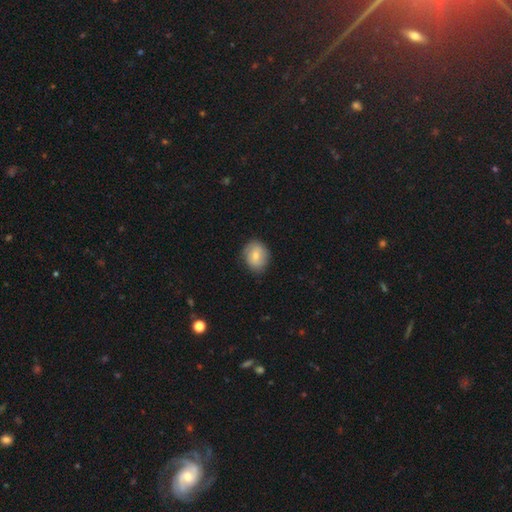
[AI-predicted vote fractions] Overall: smooth (70%). How rounded: round (61%; in between 38%). Merging: none (81%).